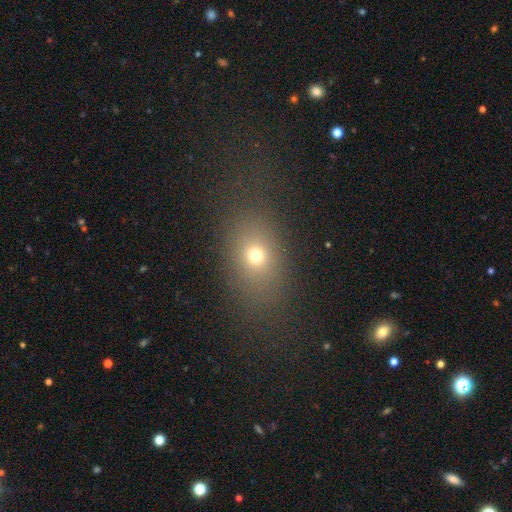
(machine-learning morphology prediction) This is likely a smooth galaxy (69%). How rounded: likely in between (65%). Merging: likely none (77%).